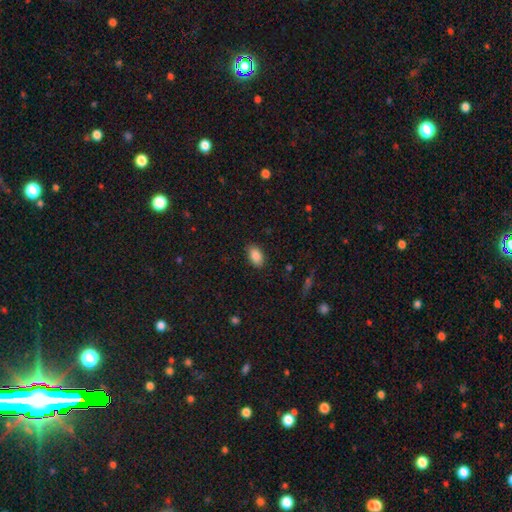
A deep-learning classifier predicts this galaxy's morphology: Smooth or featured? smooth (87%)
How rounded? in between (92%)
Merging? none (88%)